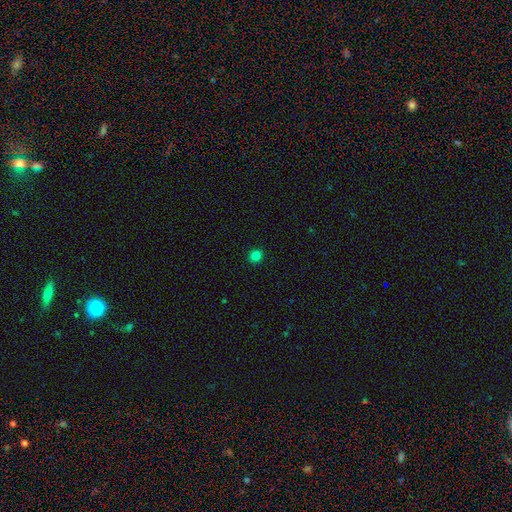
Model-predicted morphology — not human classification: Q: Smooth or featured?
A: smooth (81%); runner-up: star or artifact (15%)
Q: How rounded?
A: round (91%); runner-up: in between (9%)
Q: Merging?
A: none (93%); runner-up: minor disturbance (5%)